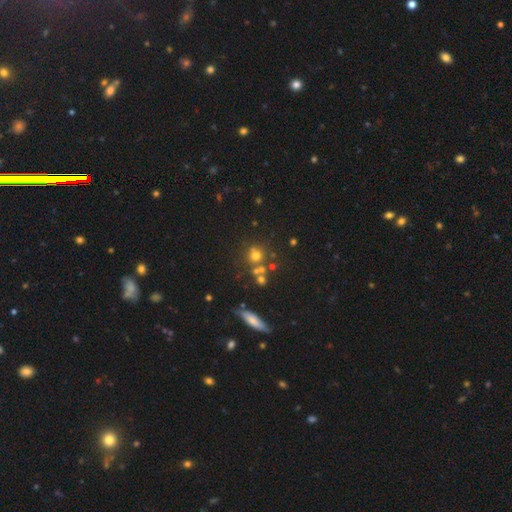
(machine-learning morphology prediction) Smooth or featured?
  - smooth: 63% *
  - star or artifact: 22%
  - featured or disk: 15%
How rounded?
  - round: 85% *
  - in between: 14%
  - cigar-shaped: 2%
Merging?
  - none: 61% *
  - merger: 23%
  - minor disturbance: 12%
  - major disturbance: 5%